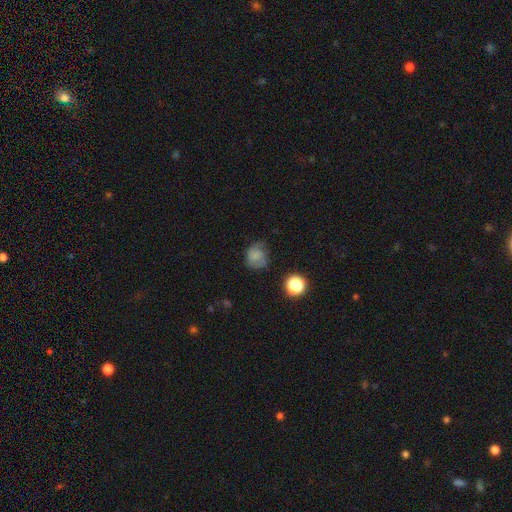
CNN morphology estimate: Q: Smooth or featured?
A: smooth (68%); runner-up: featured or disk (18%)
Q: How rounded?
A: round (71%); runner-up: in between (28%)
Q: Merging?
A: none (56%); runner-up: minor disturbance (30%)